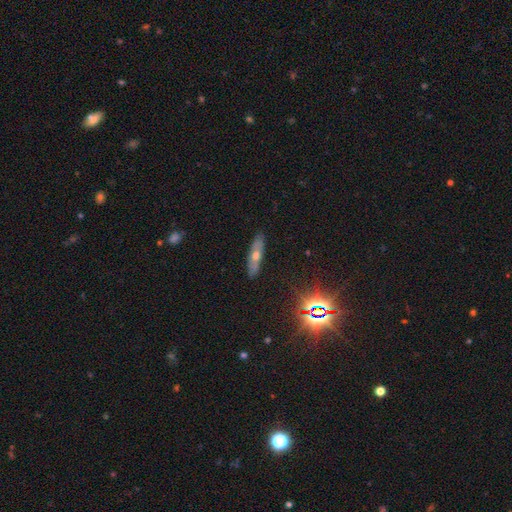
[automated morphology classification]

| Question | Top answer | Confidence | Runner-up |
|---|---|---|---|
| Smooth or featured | featured or disk | 44% | smooth (41%) |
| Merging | none | 86% | minor disturbance (10%) |